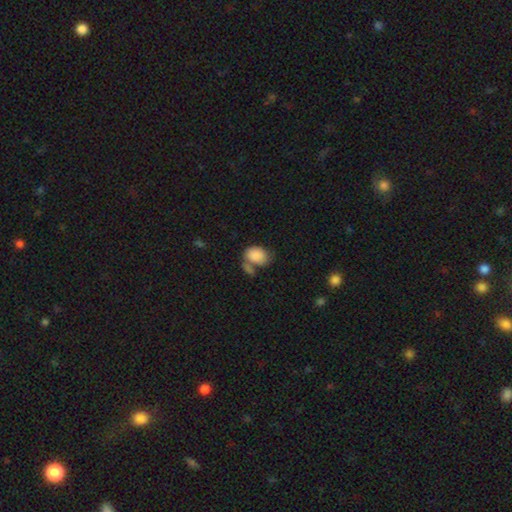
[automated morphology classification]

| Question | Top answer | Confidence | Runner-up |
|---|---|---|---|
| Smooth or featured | smooth | 85% | featured or disk (8%) |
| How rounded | in between | 70% | round (29%) |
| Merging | none | 36% | merger (35%) |